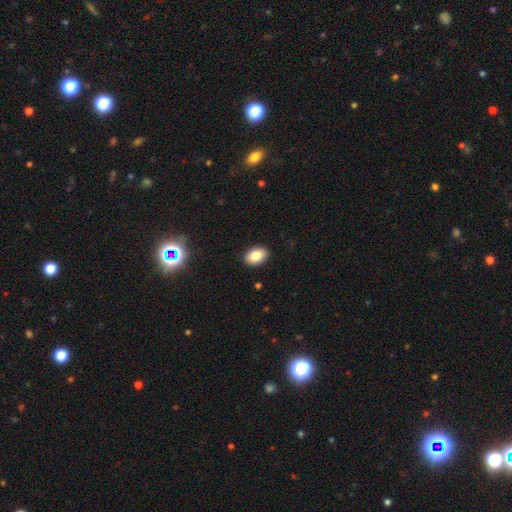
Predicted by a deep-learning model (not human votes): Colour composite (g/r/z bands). It shows a smooth galaxy with no disk features (84%) that is in between round and cigar-shaped (87%). Merging: none (90%).